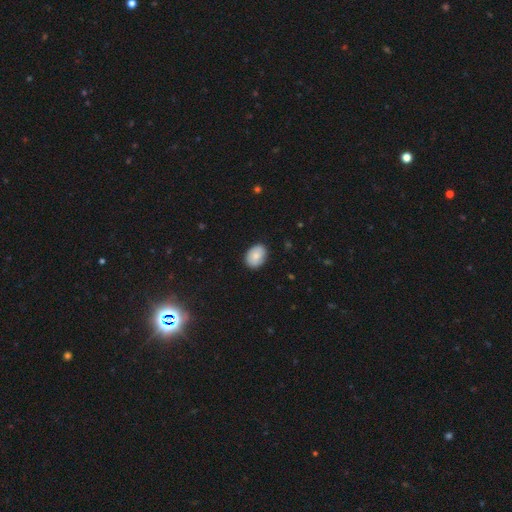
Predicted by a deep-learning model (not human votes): A smooth galaxy with no disk features (80%) that is in between round and cigar-shaped (71%). Merging: none (85%).